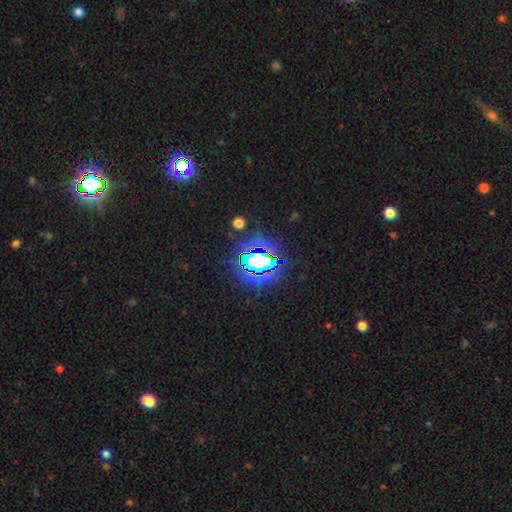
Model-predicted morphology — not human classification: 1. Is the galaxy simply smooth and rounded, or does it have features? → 75% star or artifact, 15% smooth, 10% featured or disk.